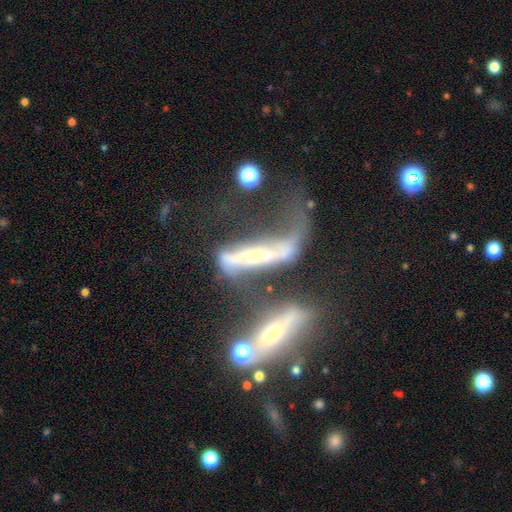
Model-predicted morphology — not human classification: Q: Smooth or featured?
A: featured or disk (64%); runner-up: smooth (25%)
Q: Edge-on disk?
A: no (55%); runner-up: yes (45%)
Q: Merging?
A: merger (47%); runner-up: major disturbance (29%)